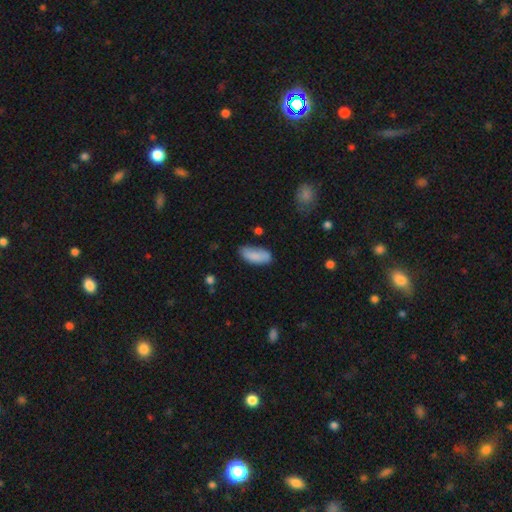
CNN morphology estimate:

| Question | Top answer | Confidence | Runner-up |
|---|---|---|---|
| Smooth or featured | smooth | 84% | featured or disk (9%) |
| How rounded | in between | 84% | cigar-shaped (14%) |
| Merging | none | 66% | minor disturbance (25%) |